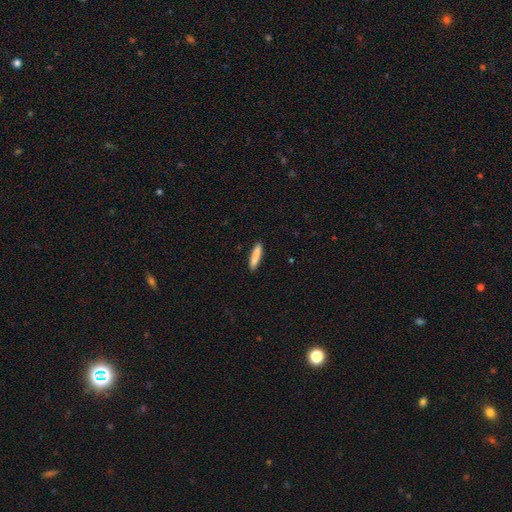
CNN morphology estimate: Smooth or featured: smooth — 86% (featured or disk — 8%)
How rounded: cigar-shaped — 87% (in between — 12%)
Merging: none — 91% (minor disturbance — 6%)